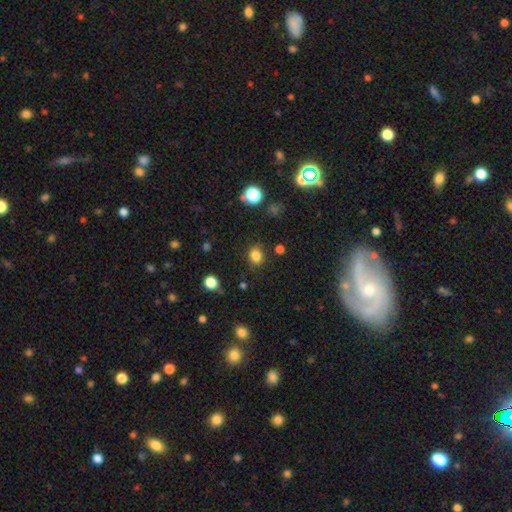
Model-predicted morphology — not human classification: Smooth or featured: smooth — 82% (star or artifact — 13%)
How rounded: round — 69% (in between — 30%)
Merging: none — 83% (minor disturbance — 11%)